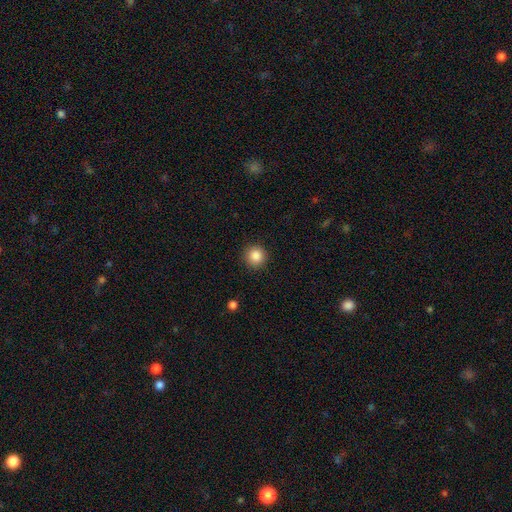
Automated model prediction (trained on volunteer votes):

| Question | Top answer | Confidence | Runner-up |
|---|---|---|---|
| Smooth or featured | smooth | 87% | star or artifact (10%) |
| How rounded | round | 94% | in between (5%) |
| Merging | none | 90% | minor disturbance (6%) |